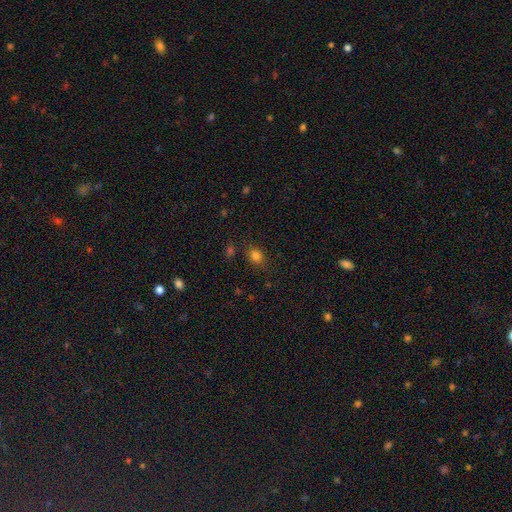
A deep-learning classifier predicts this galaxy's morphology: Smooth or featured?
  - smooth: 80% *
  - star or artifact: 15%
  - featured or disk: 5%
How rounded?
  - round: 55% *
  - in between: 44%
  - cigar-shaped: 1%
Merging?
  - none: 80% *
  - minor disturbance: 13%
  - major disturbance: 4%
  - merger: 3%